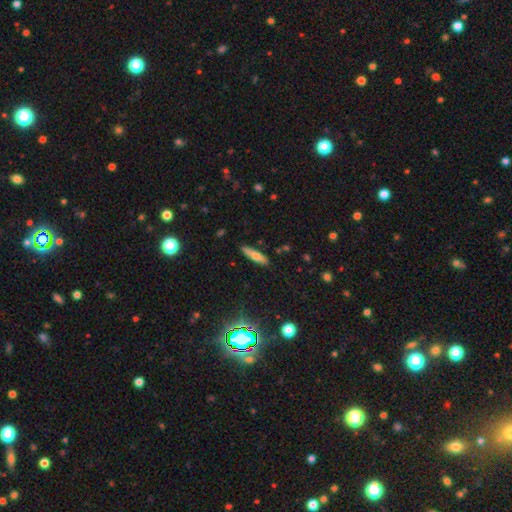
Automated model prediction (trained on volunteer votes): Q: Smooth or featured?
A: smooth (68%); runner-up: featured or disk (23%)
Q: How rounded?
A: cigar-shaped (70%); runner-up: in between (28%)
Q: Merging?
A: none (86%); runner-up: minor disturbance (10%)